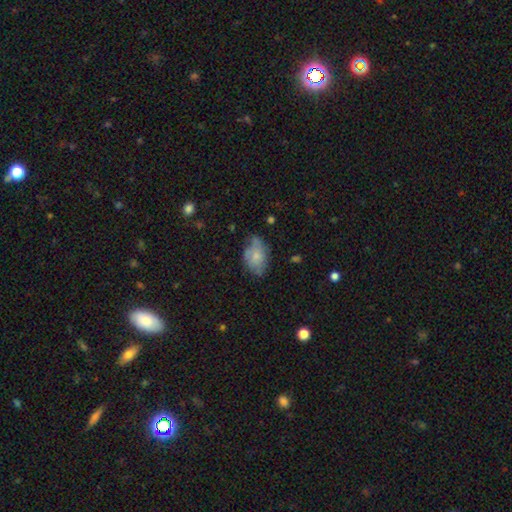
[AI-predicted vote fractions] Smooth or featured?
  - smooth: 67% *
  - featured or disk: 24%
  - star or artifact: 8%
How rounded?
  - in between: 85% *
  - round: 13%
  - cigar-shaped: 2%
Merging?
  - none: 48% *
  - minor disturbance: 36%
  - major disturbance: 12%
  - merger: 4%